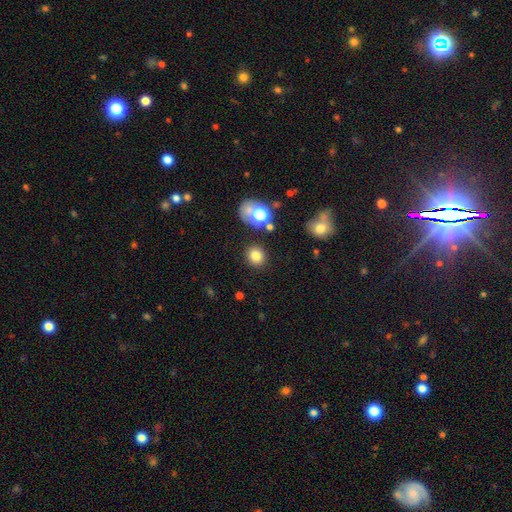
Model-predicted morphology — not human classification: smooth-or-featured: smooth: 79% | star or artifact: 14% | featured or disk: 7%
  how-rounded: round: 82% | in between: 17% | cigar-shaped: 1%
  merging: none: 86% | minor disturbance: 7% | merger: 4% | major disturbance: 3%